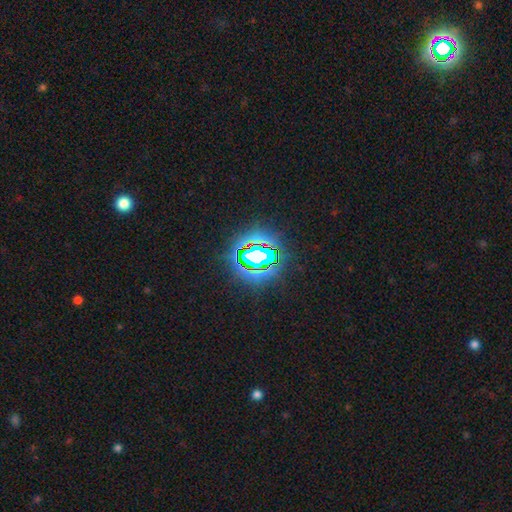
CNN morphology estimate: smooth_or_featured: star or artifact (p=0.72) [alt: smooth p=0.17]